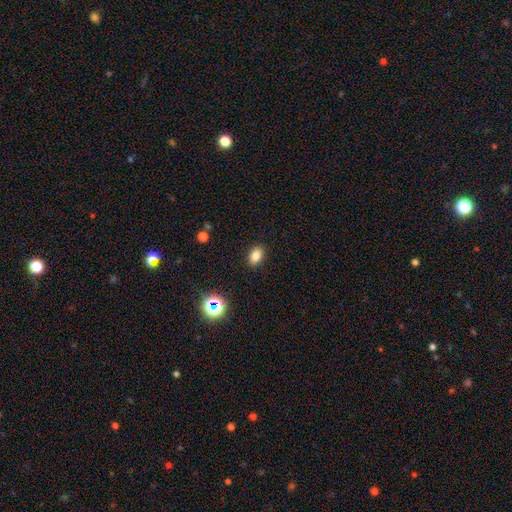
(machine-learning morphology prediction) Smooth or featured? smooth (81%)
How rounded? in between (82%)
Merging? none (88%)